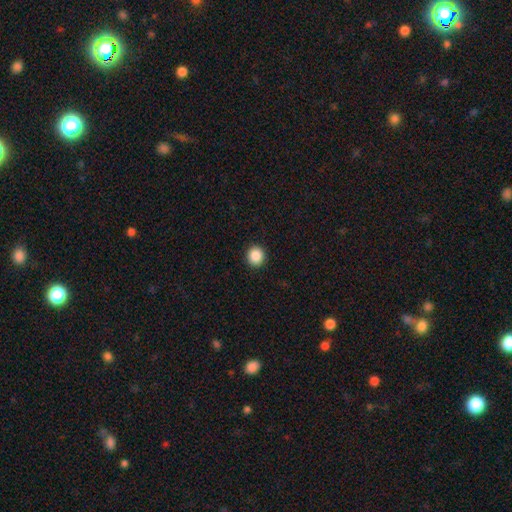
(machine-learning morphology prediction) Overall: smooth (88%). How rounded: round (92%). Merging: none (93%).